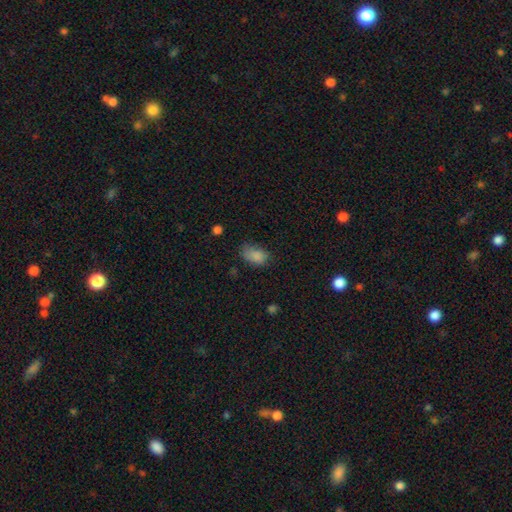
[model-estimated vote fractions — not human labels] Smooth or featured? smooth (83%)
How rounded? in between (86%)
Merging? none (56%)